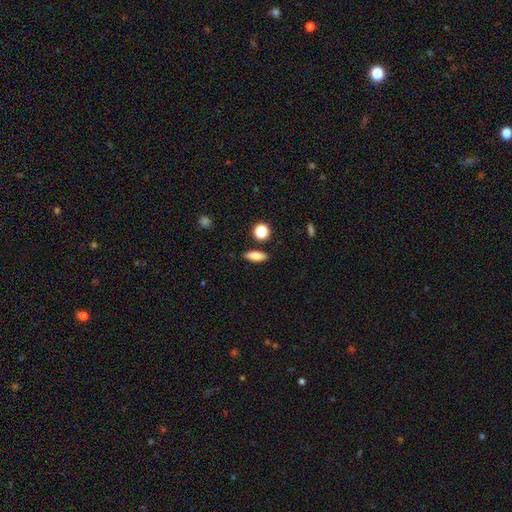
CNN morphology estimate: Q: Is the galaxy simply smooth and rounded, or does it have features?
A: smooth — 77%.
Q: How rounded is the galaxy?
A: in between — 64%.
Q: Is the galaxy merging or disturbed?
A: none — 86%.